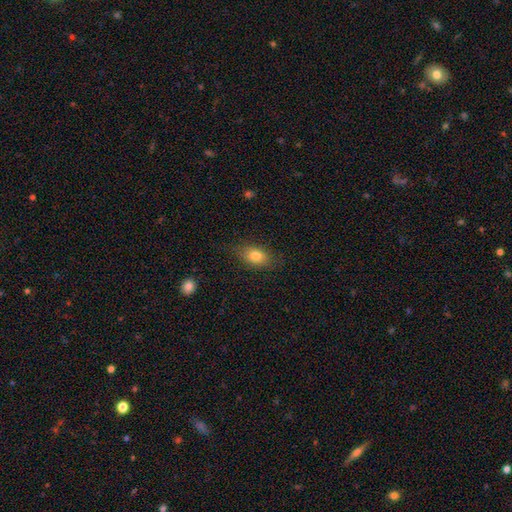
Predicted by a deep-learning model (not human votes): Overall: smooth (80%). How rounded: in between (82%). Merging: none (79%).